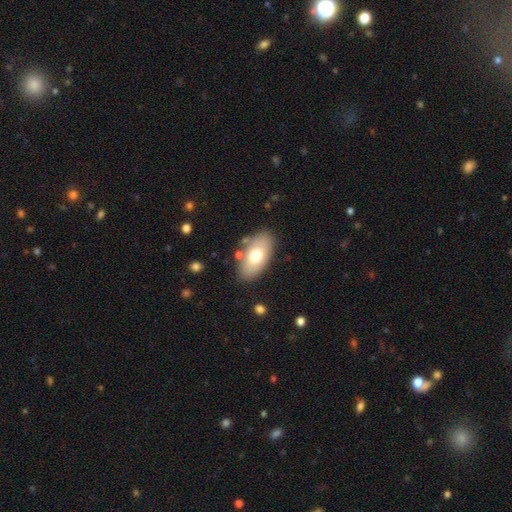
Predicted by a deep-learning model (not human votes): smooth 69%, featured or disk 25%, star or artifact 7%. Down the decision tree: how rounded — in between (93%); merging — none (81%).